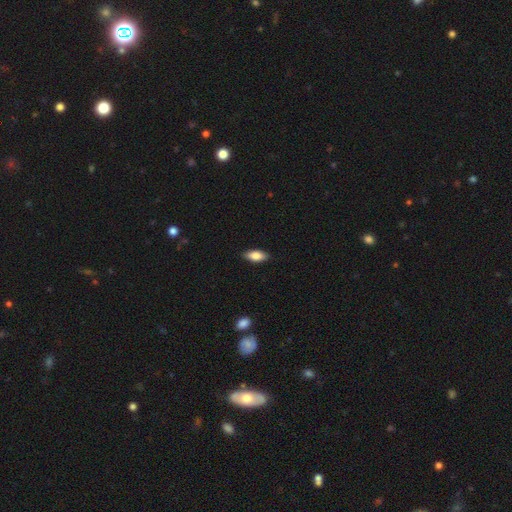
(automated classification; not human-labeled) This is clearly a smooth galaxy (81%). How rounded: clearly in between (85%). Merging: clearly none (88%).